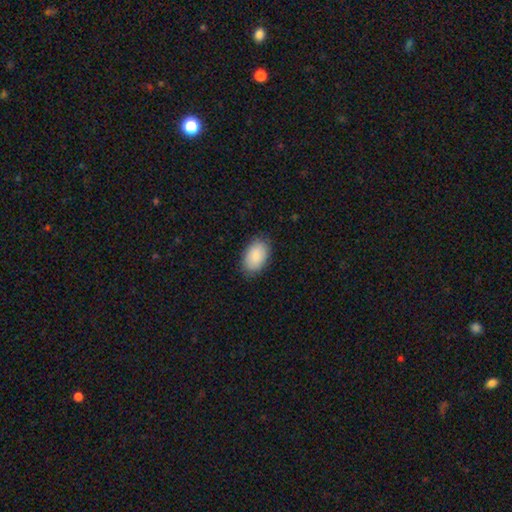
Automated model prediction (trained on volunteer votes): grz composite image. It shows a smooth galaxy with no disk features (90%) that is in between round and cigar-shaped (92%). Merging: none (86%).